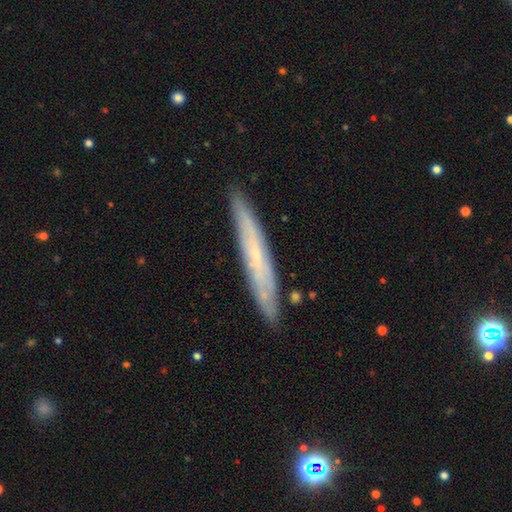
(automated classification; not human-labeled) smooth-or-featured: featured or disk: 57% | smooth: 36% | star or artifact: 7%
  disk-edge-on: yes: 77% | no: 23%
  merging: none: 87% | minor disturbance: 10% | major disturbance: 2% | merger: 2%